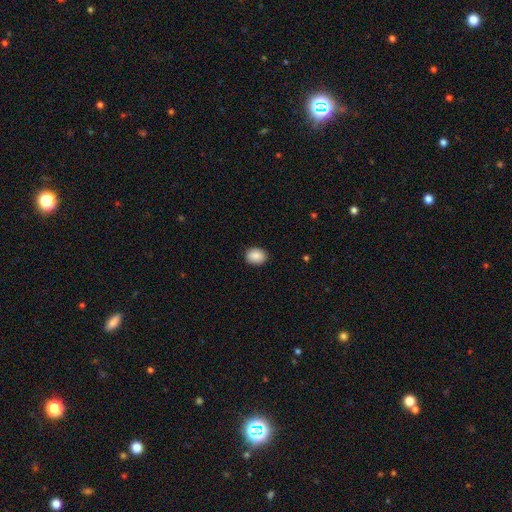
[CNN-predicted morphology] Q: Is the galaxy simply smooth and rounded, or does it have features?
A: smooth — 88%.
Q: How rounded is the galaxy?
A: in between — 58%.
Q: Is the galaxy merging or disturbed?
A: none — 88%.